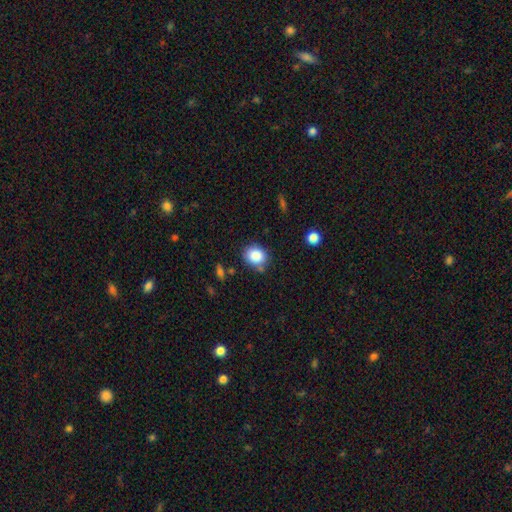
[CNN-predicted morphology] Smooth or featured?
  - smooth: 85% *
  - star or artifact: 9%
  - featured or disk: 6%
How rounded?
  - round: 61% *
  - in between: 38%
  - cigar-shaped: 1%
Merging?
  - none: 77% *
  - minor disturbance: 14%
  - merger: 5%
  - major disturbance: 4%